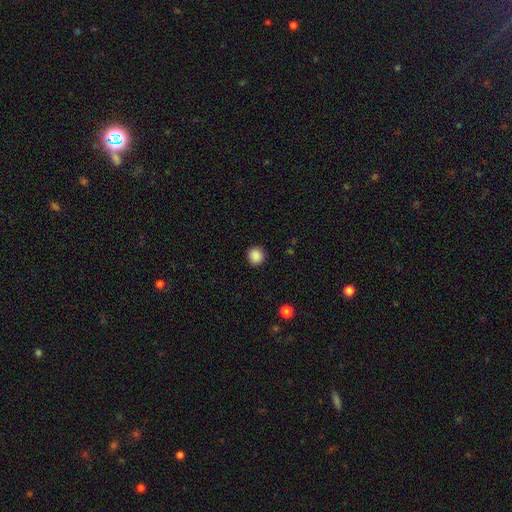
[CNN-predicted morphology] smooth 89%, star or artifact 9%, featured or disk 2%. Down the decision tree: how rounded — round (93%); merging — none (92%).